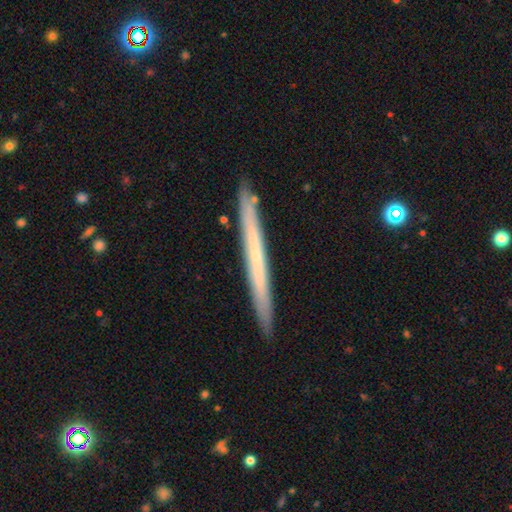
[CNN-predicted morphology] The model was most divided on "smooth or featured": featured or disk: 55%, smooth: 39%, star or artifact: 6%. More confident: edge-on disk — yes (95%); merging — none (91%); edge-on bulge — none (85%).